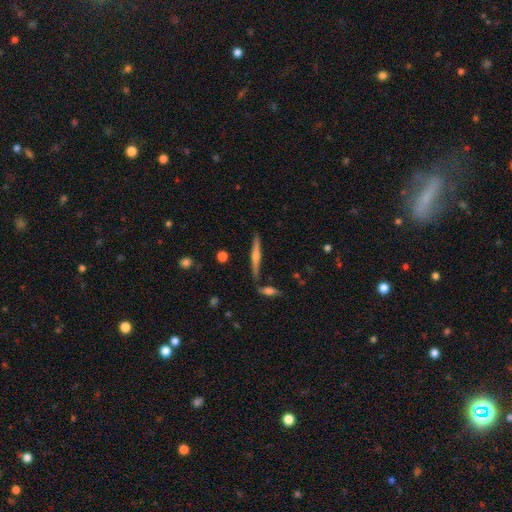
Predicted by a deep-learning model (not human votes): smooth_or_featured: featured or disk (p=0.67) [alt: smooth p=0.26]
disk_edge_on: yes (p=0.97) [alt: no p=0.03]
edge_on_bulge: rounded (p=0.79) [alt: none p=0.11]
merging: none (p=0.82) [alt: minor disturbance p=0.09]